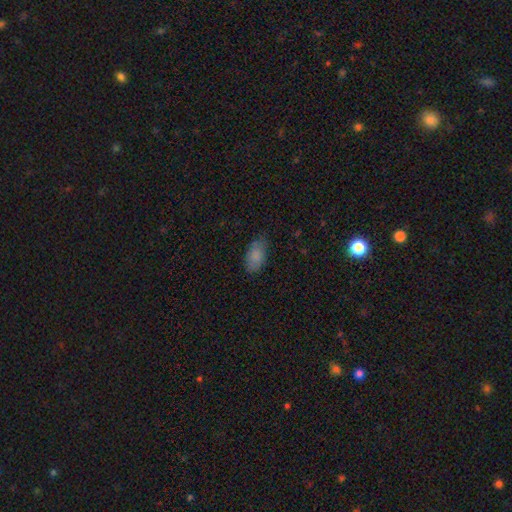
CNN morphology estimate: Smooth or featured: smooth — 85% (star or artifact — 8%)
How rounded: in between — 93% (round — 4%)
Merging: none — 73% (minor disturbance — 21%)